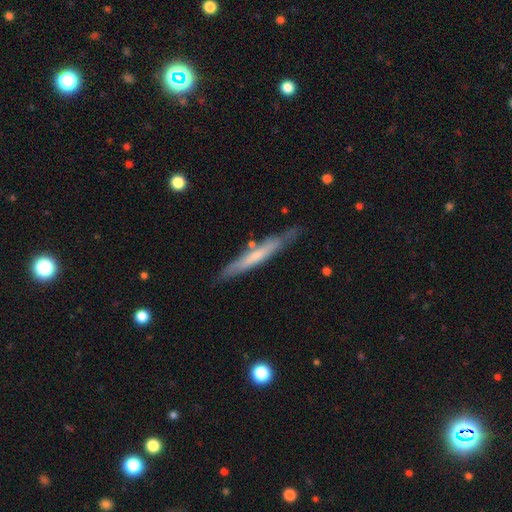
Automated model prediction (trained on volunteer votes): Overall: smooth (48%; featured or disk 47%). Merging: none (79%).